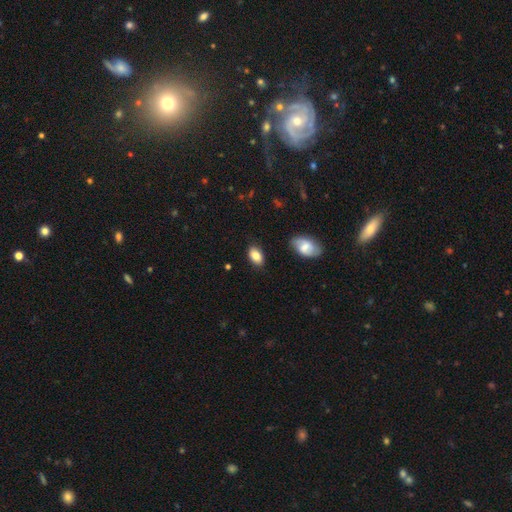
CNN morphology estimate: A smooth galaxy with no disk features (82%) that is in between round and cigar-shaped (92%). Merging: none (83%).